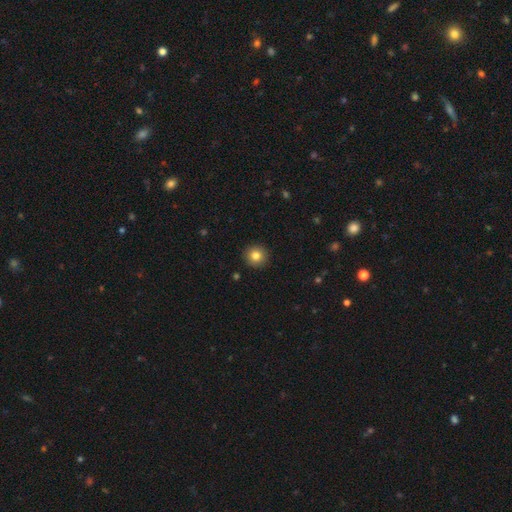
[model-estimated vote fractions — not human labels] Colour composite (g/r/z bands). It shows a smooth galaxy with no disk features (83%) that is round (94%). Merging: none (93%).